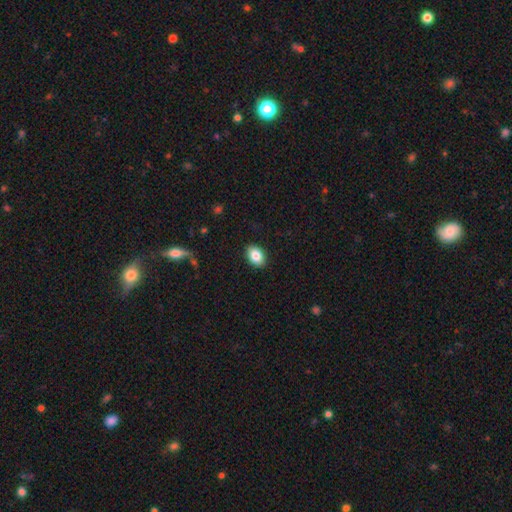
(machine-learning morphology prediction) This is clearly a smooth galaxy (85%). How rounded: clearly in between (82%). Merging: clearly none (90%).